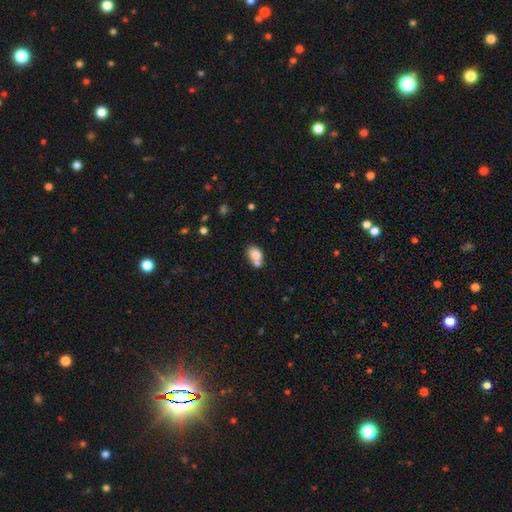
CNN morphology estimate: Smooth or featured? Predicted: smooth (p=0.79). How rounded? Predicted: in between (p=0.76). Merging? Predicted: merger (p=0.44).